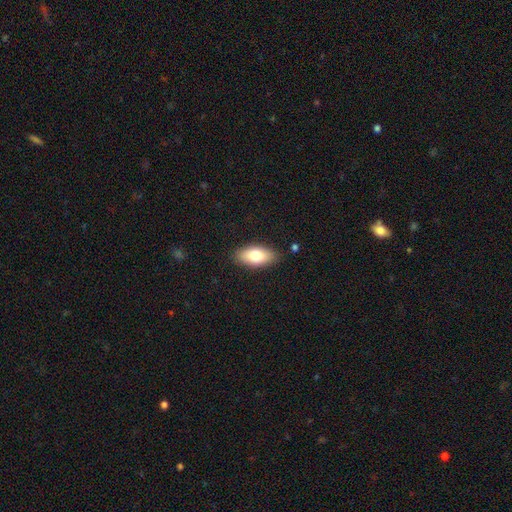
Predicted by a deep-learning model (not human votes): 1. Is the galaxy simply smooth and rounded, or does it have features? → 77% smooth, 16% featured or disk, 7% star or artifact.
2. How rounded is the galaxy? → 89% in between, 8% cigar-shaped, 3% round.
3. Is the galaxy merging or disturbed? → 85% none, 11% minor disturbance, 2% major disturbance, 2% merger.